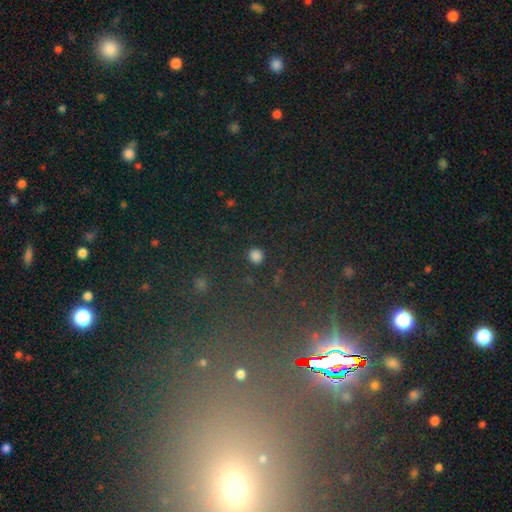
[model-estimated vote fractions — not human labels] smooth 82%, star or artifact 14%, featured or disk 4%. Down the decision tree: how rounded — round (92%); merging — none (90%).